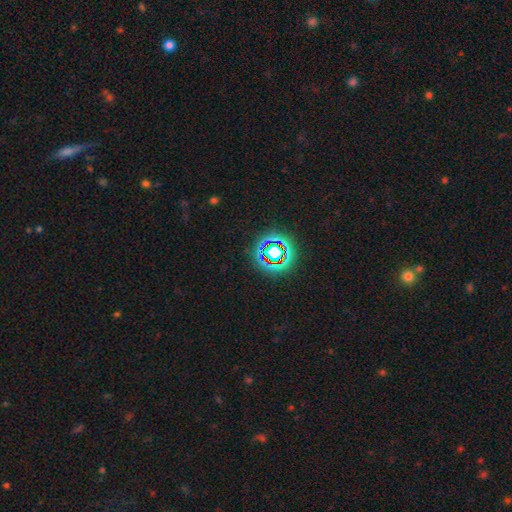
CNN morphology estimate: smooth-or-featured: star or artifact: 59% | smooth: 27% | featured or disk: 14%